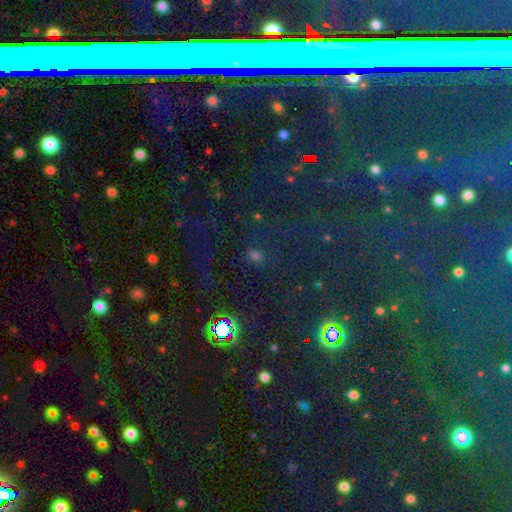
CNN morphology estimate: Smooth or featured? Predicted: star or artifact (p=0.47).